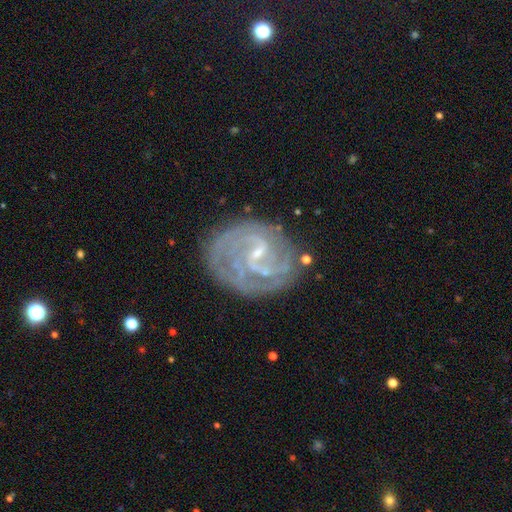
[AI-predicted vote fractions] Overall: featured or disk (86%). Edge-on disk: no (98%). Bar: weak (56%; strong 25%). Spiral arms: yes (94%). Spiral arm count: 2 (41%; can't tell 24%). Spiral winding: tight (54%; medium 36%). Bulge size: small (72%). Merging: none (72%).